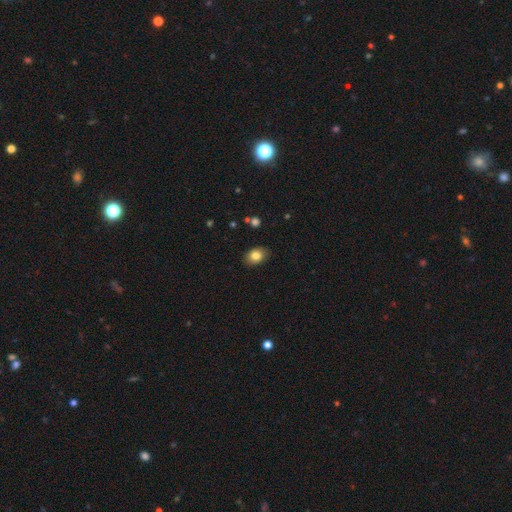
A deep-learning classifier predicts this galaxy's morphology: Q: Smooth or featured?
A: smooth (82%); runner-up: featured or disk (9%)
Q: How rounded?
A: in between (75%); runner-up: round (24%)
Q: Merging?
A: none (86%); runner-up: minor disturbance (11%)